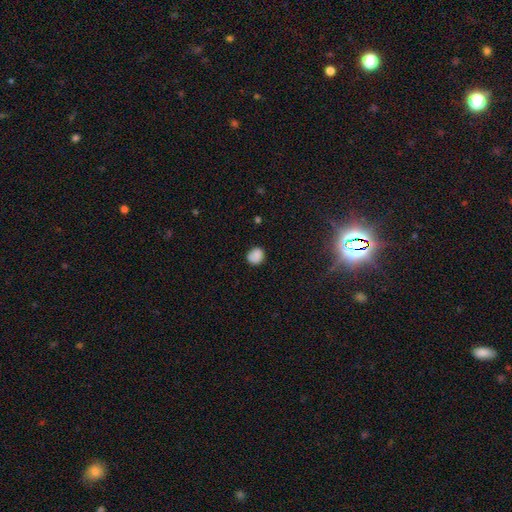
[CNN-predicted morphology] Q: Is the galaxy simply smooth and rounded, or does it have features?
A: smooth — 83%.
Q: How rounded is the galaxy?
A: round — 75%.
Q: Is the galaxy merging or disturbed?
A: none — 79%.